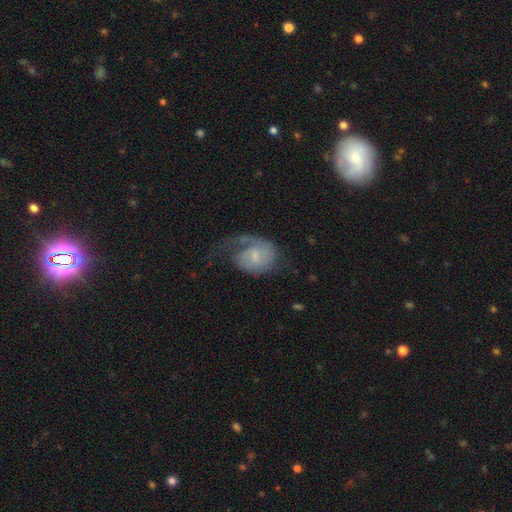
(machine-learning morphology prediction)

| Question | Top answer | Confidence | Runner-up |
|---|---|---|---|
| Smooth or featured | featured or disk | 72% | smooth (22%) |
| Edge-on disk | no | 98% | yes (2%) |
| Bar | weak | 47% | no (45%) |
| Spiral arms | yes | 91% | no (9%) |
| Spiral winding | medium | 40% | tight (31%) |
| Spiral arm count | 1 | 63% | 2 (25%) |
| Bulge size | small | 42% | moderate (32%) |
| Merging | none | 40% | major disturbance (36%) |